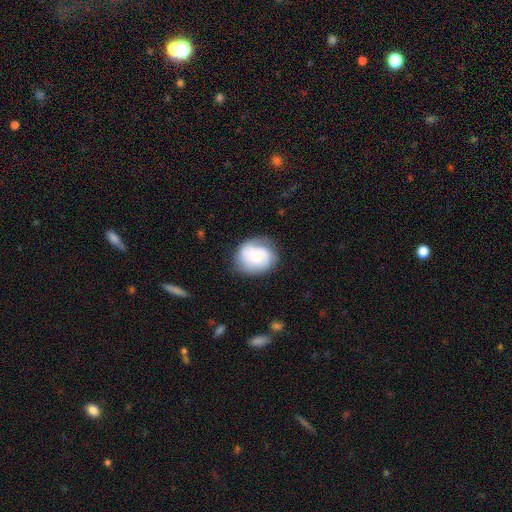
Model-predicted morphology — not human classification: smooth_or_featured: featured or disk (p=0.51) [alt: smooth p=0.42]
disk_edge_on: no (p=0.98) [alt: yes p=0.02]
merging: none (p=0.68) [alt: minor disturbance p=0.22]